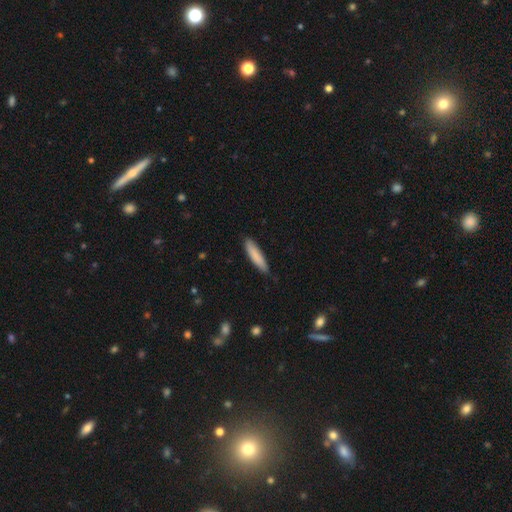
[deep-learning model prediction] The model was most divided on "how rounded": cigar-shaped: 80%, in between: 19%, round: 1%. More confident: smooth or featured — smooth (84%); merging — none (82%).